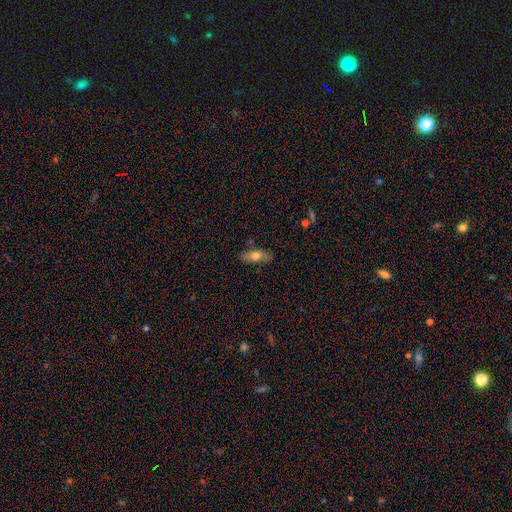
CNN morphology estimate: This appears to be a smooth galaxy with no disk features (67%) that is in between round and cigar-shaped (71%). Merging: none (80%).